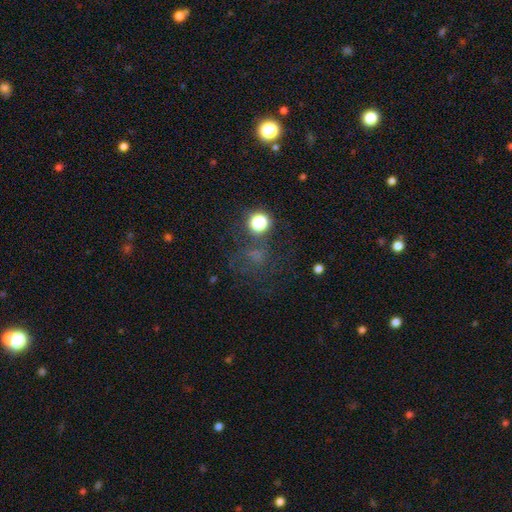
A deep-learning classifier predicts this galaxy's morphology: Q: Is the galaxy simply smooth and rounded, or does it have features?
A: smooth — 42%.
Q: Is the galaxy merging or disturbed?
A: none — 58%.